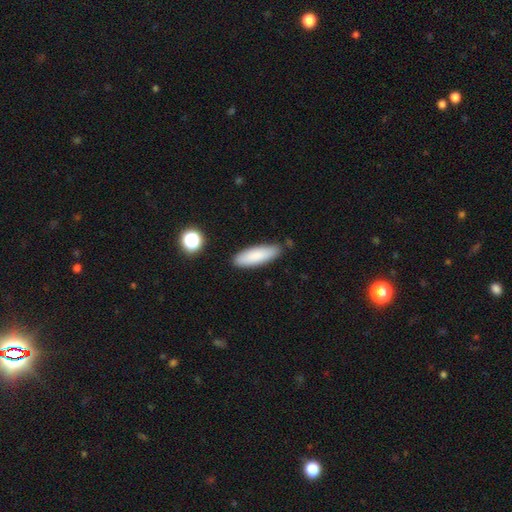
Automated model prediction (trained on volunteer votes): Q: Smooth or featured?
A: smooth (85%); runner-up: featured or disk (9%)
Q: How rounded?
A: cigar-shaped (50%); runner-up: in between (48%)
Q: Merging?
A: none (83%); runner-up: minor disturbance (12%)